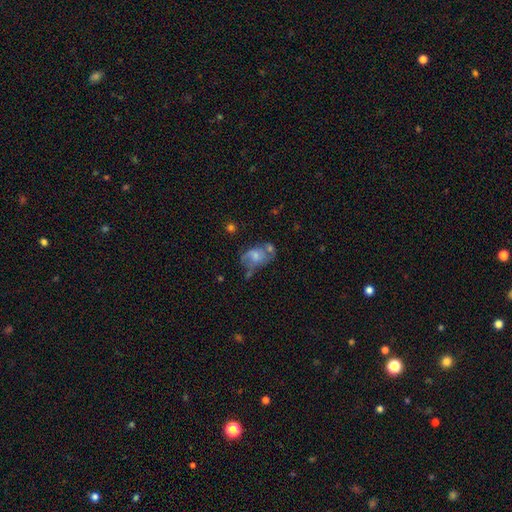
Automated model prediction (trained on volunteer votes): smooth_or_featured: featured or disk (p=0.46) [alt: smooth p=0.45]
merging: none (p=0.28) [alt: merger p=0.26]